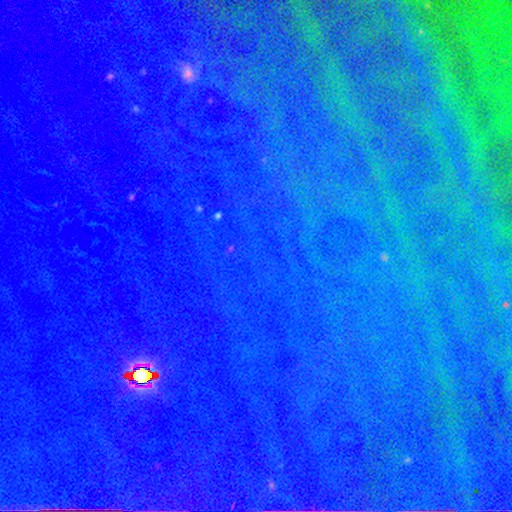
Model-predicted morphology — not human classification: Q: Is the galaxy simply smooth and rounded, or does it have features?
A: star or artifact — 85%.